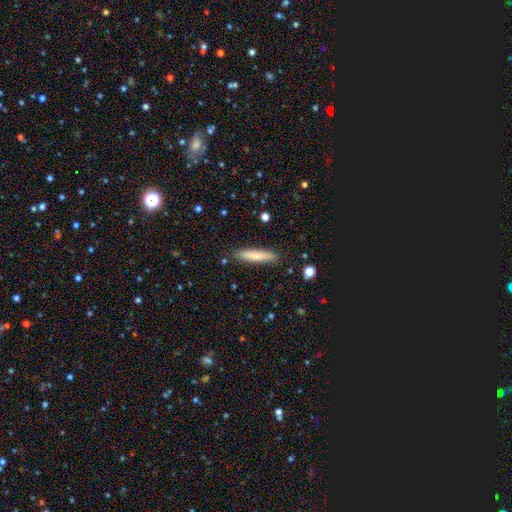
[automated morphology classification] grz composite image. It shows a smooth galaxy with no disk features (75%) that is cigar-shaped (88%). Merging: none (88%).